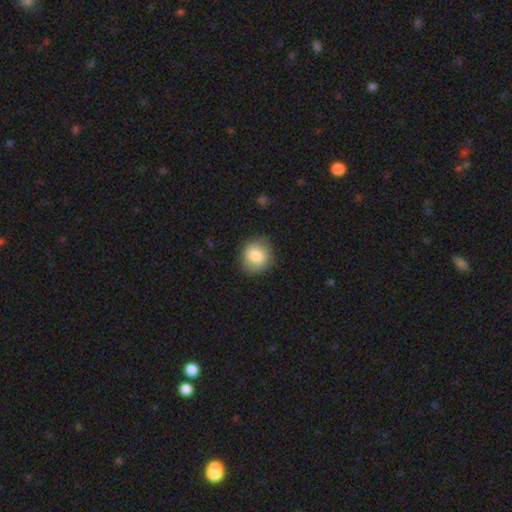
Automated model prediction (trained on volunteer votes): Smooth or featured? Predicted: smooth (p=0.84). How rounded? Predicted: round (p=0.84). Merging? Predicted: none (p=0.83).